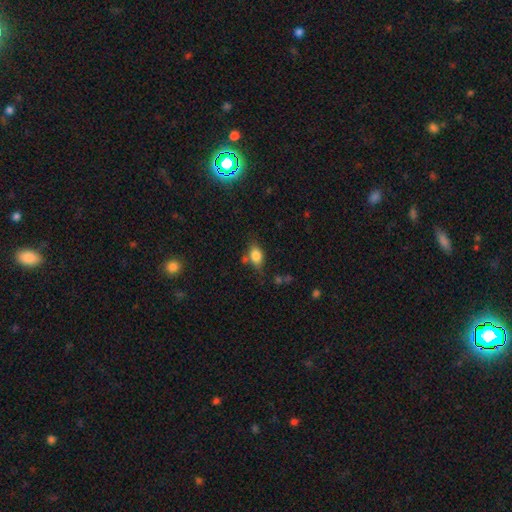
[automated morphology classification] type=smooth (78%); roundness=in between (75%); merging=none (60%).